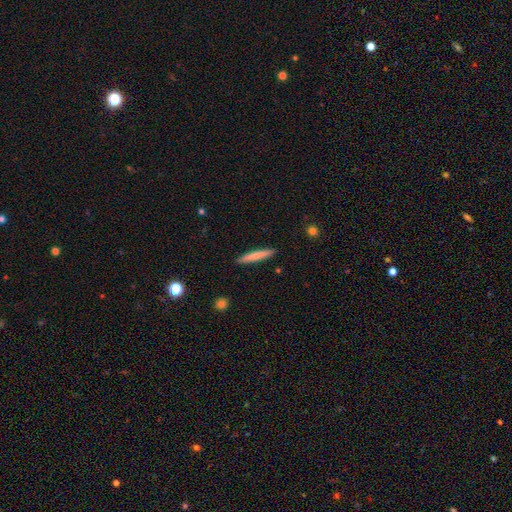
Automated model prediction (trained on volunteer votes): Smooth or featured?
  - smooth: 74% *
  - featured or disk: 20%
  - star or artifact: 5%
How rounded?
  - cigar-shaped: 95% *
  - in between: 3%
  - round: 1%
Merging?
  - none: 91% *
  - minor disturbance: 6%
  - major disturbance: 1%
  - merger: 1%